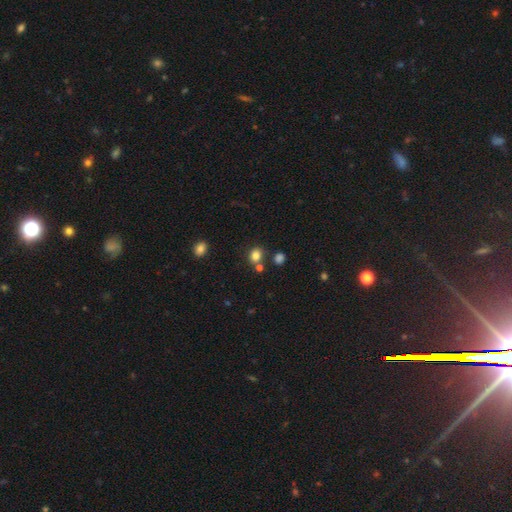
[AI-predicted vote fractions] Morphology: type=smooth (82%); roundness=round (65%); merging=none (70%).